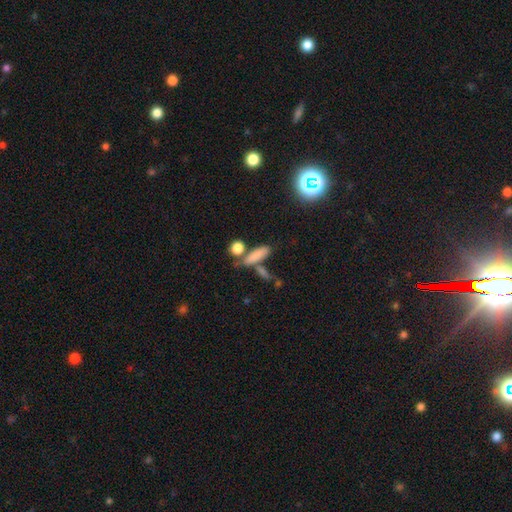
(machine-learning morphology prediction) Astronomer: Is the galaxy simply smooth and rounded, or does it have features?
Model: smooth — 80%.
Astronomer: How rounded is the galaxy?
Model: cigar-shaped — 47% (runner-up: in between, 46%).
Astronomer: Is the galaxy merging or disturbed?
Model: none — 60%.